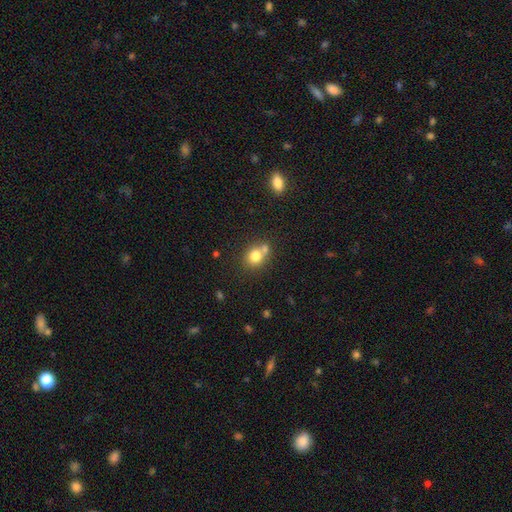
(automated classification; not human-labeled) smooth-or-featured: smooth: 77% | star or artifact: 12% | featured or disk: 11%
  how-rounded: round: 76% | in between: 23% | cigar-shaped: 1%
  merging: none: 50% | merger: 37% | minor disturbance: 10% | major disturbance: 4%